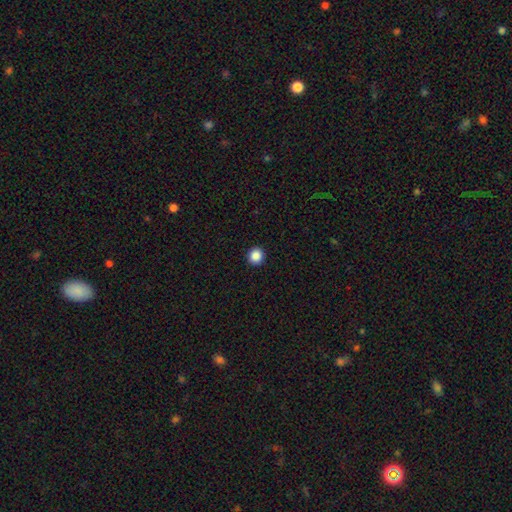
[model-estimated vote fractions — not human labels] A smooth galaxy with no disk features (87%) that is round (93%). Merging: none (93%).